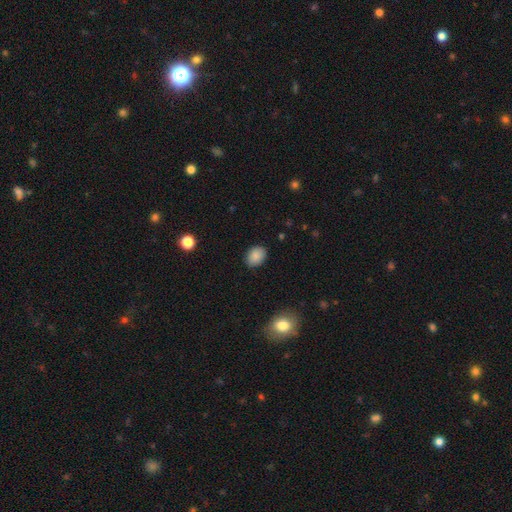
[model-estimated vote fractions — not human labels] This appears to be a smooth galaxy with no disk features (87%) that is in between round and cigar-shaped (67%). Merging: none (85%).